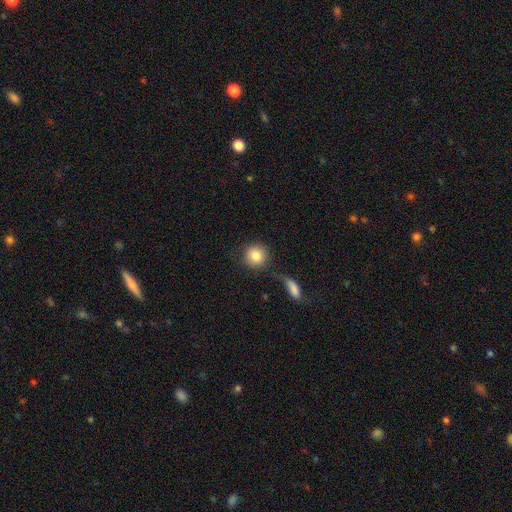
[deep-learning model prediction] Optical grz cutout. It shows a smooth galaxy with no disk features (83%) that is round (90%). Merging: none (71%).